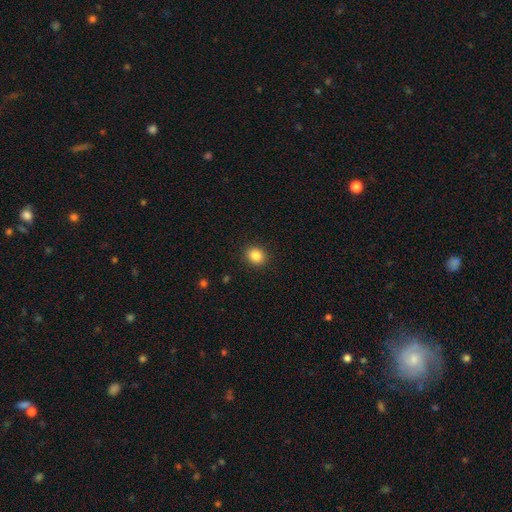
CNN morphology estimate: type=smooth (85%); roundness=round (72%); merging=none (91%).